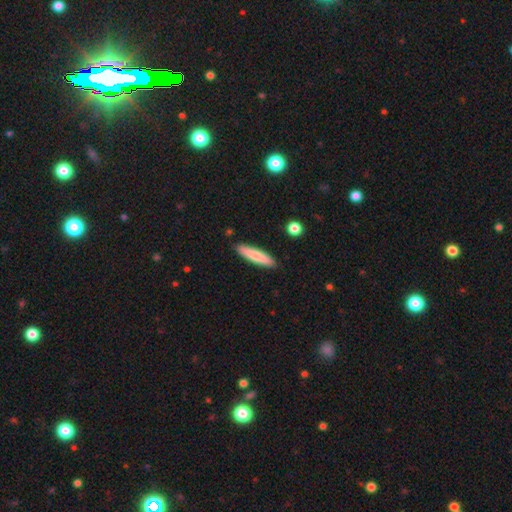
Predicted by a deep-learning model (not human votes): This appears to be a smooth galaxy with no disk features (79%) that is cigar-shaped (83%). Merging: none (89%).